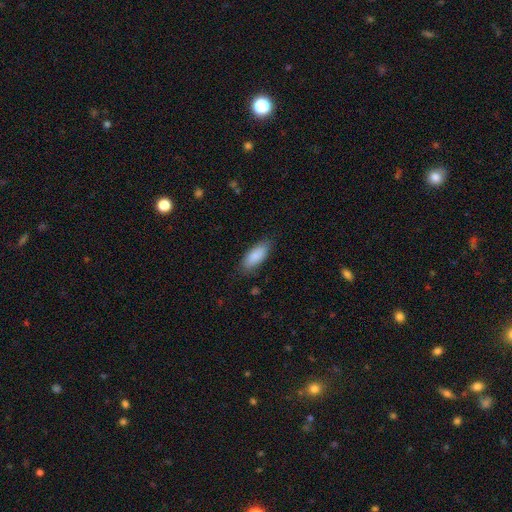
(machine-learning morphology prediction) This is clearly a smooth galaxy (88%). How rounded: likely in between (79%). Merging: clearly none (80%).